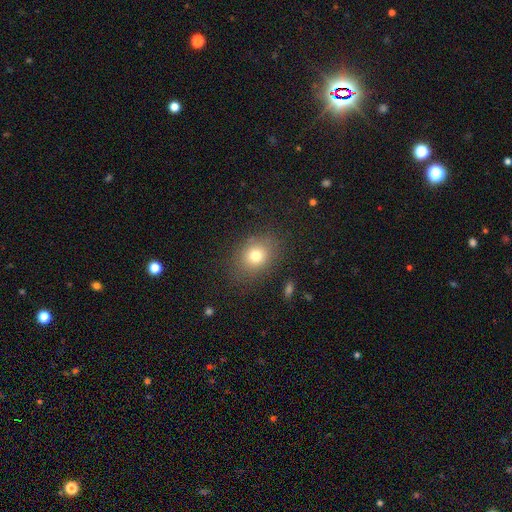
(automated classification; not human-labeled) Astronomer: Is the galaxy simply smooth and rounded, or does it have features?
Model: smooth — 76%.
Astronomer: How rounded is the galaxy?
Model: in between — 50% (runner-up: round, 49%).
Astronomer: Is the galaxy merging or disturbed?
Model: none — 80%.